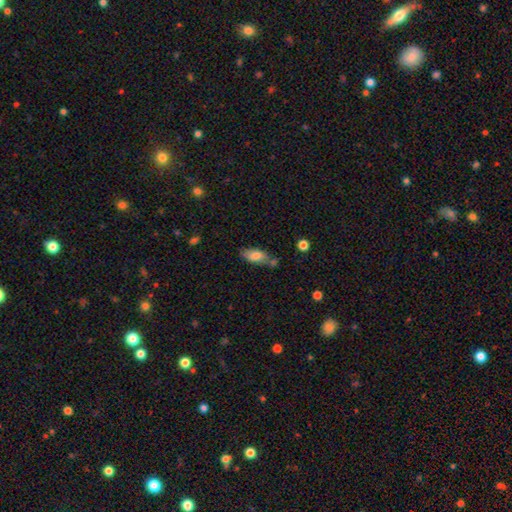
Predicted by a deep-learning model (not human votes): smooth_or_featured: smooth (p=0.77) [alt: featured or disk p=0.16]
how_rounded: in between (p=0.82) [alt: cigar-shaped p=0.15]
merging: none (p=0.51) [alt: minor disturbance p=0.24]